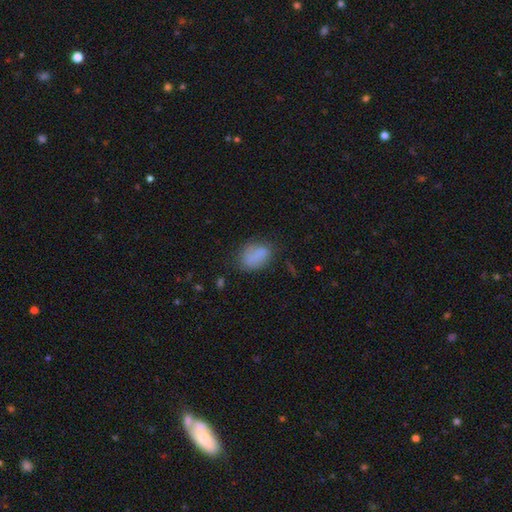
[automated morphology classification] This is clearly a smooth galaxy (81%). How rounded: likely in between (79%). Merging: likely none (65%).